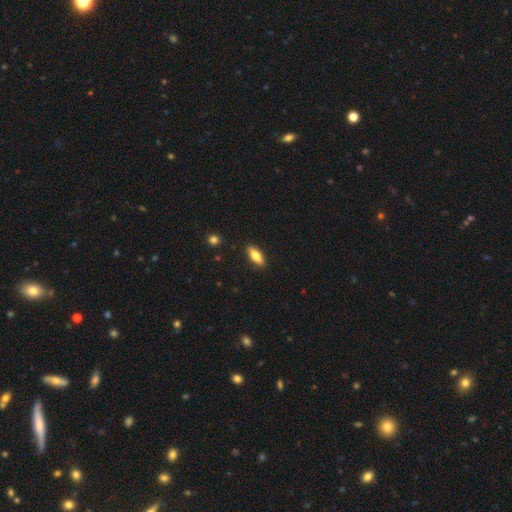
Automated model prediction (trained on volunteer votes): Smooth or featured? smooth (76%)
How rounded? in between (70%)
Merging? none (89%)